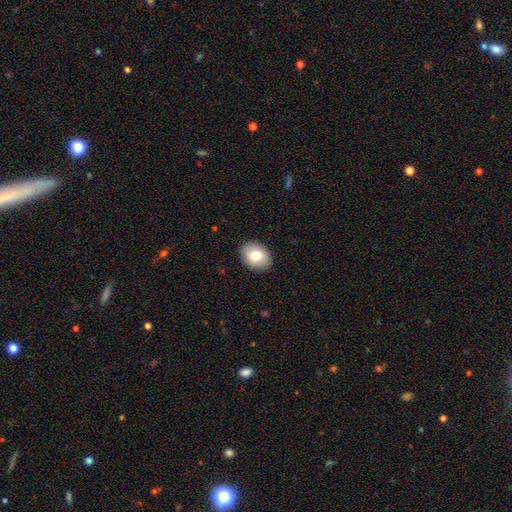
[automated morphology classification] Smooth or featured?
  - smooth: 76% *
  - featured or disk: 17%
  - star or artifact: 7%
How rounded?
  - in between: 65% *
  - round: 34%
  - cigar-shaped: 1%
Merging?
  - none: 89% *
  - minor disturbance: 8%
  - major disturbance: 2%
  - merger: 1%